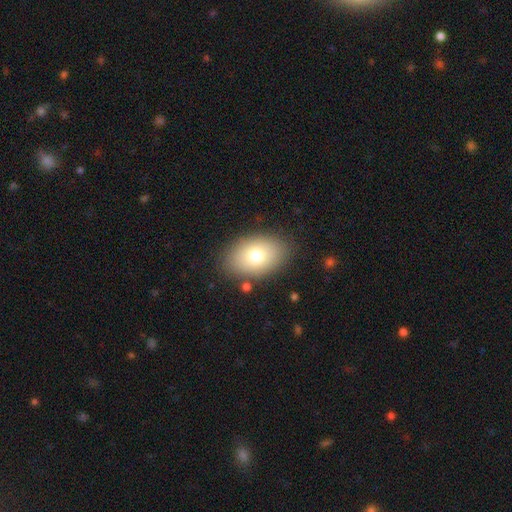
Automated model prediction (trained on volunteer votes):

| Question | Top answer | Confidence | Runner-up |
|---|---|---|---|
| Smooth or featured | smooth | 76% | featured or disk (15%) |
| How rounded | in between | 88% | round (11%) |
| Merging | none | 85% | minor disturbance (10%) |